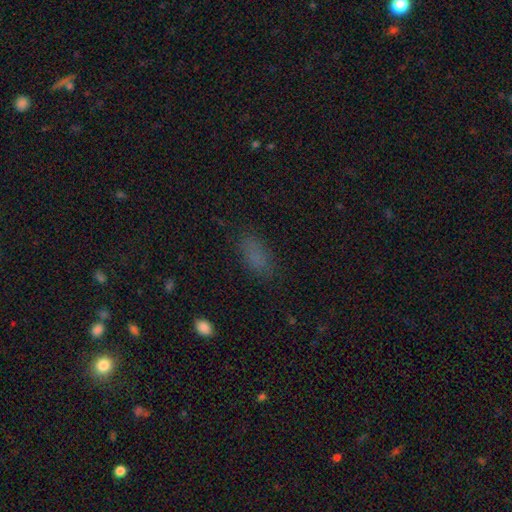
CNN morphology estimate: This is likely a smooth galaxy (78%). How rounded: clearly in between (85%). Merging: likely none (78%).